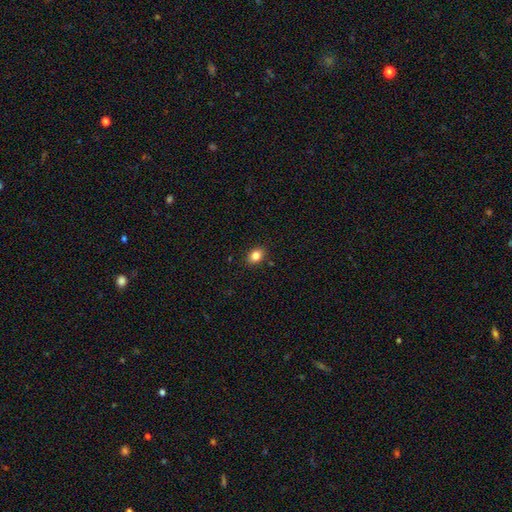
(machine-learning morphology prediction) Smooth or featured? smooth (84%)
How rounded? in between (69%)
Merging? none (88%)